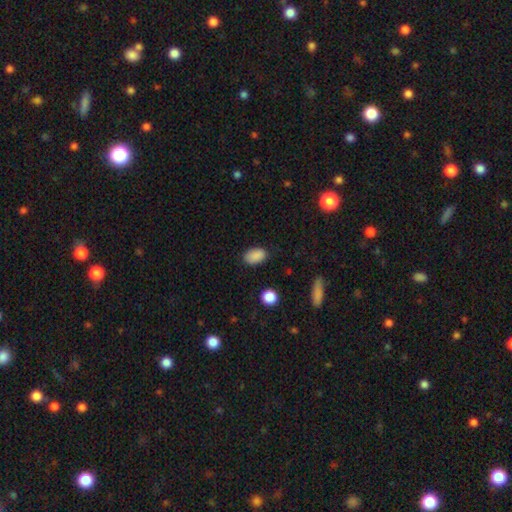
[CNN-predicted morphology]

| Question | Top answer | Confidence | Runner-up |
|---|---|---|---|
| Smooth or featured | smooth | 88% | star or artifact (9%) |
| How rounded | in between | 89% | round (10%) |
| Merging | none | 83% | minor disturbance (13%) |